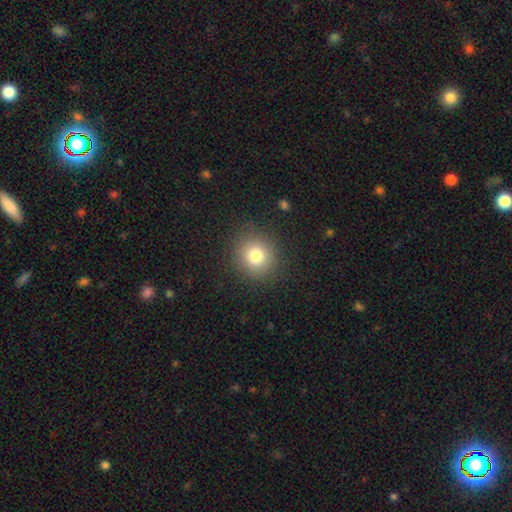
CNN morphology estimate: The model was most divided on "smooth or featured": smooth: 79%, star or artifact: 13%, featured or disk: 9%. More confident: how rounded — round (88%); merging — none (88%).